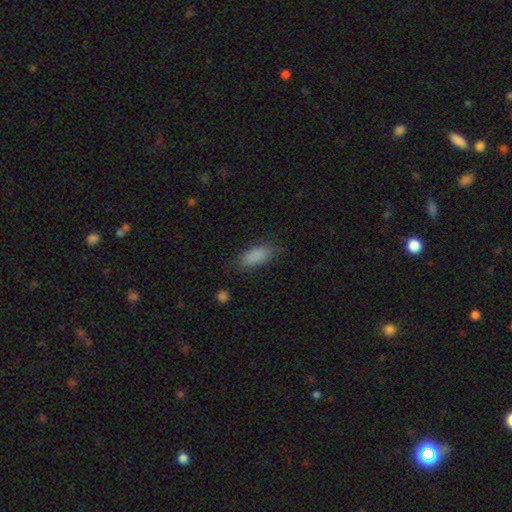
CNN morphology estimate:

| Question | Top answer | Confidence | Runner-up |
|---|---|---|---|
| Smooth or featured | smooth | 86% | star or artifact (8%) |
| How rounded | in between | 85% | cigar-shaped (13%) |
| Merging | none | 77% | minor disturbance (16%) |